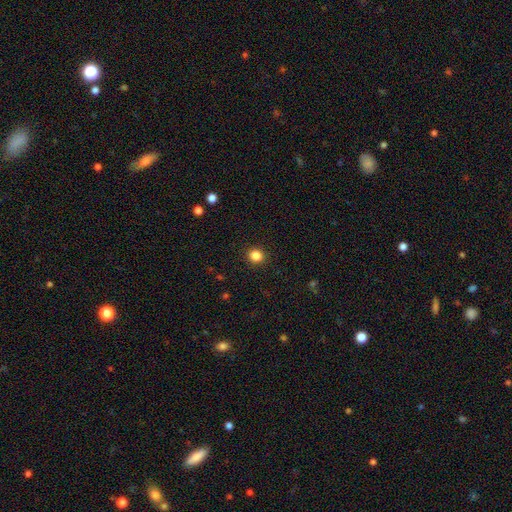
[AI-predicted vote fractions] Smooth or featured: smooth — 85% (star or artifact — 11%)
How rounded: round — 85% (in between — 14%)
Merging: none — 92% (minor disturbance — 5%)